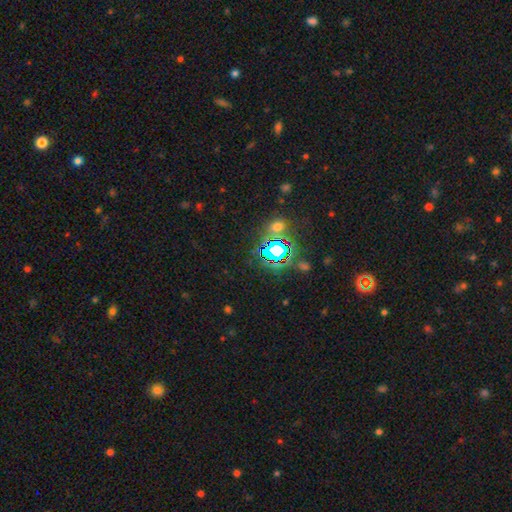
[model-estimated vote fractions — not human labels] Smooth or featured? star or artifact (81%)